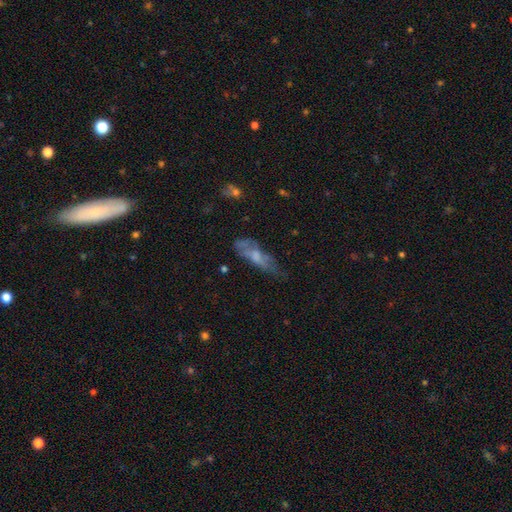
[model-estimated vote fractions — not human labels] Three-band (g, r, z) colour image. It shows a smooth galaxy with no disk features (48%). Merging: none (37%).